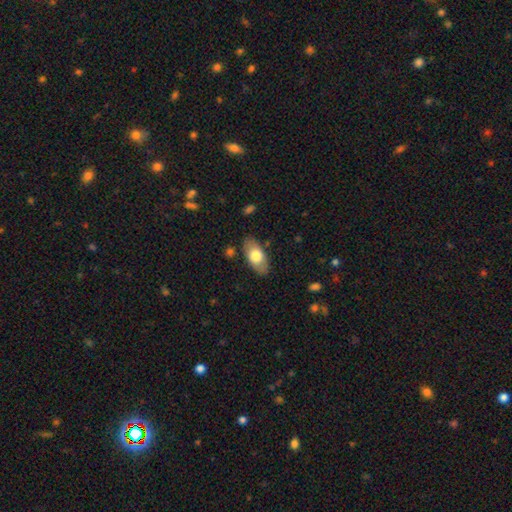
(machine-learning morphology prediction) A smooth galaxy with no disk features (70%) that is in between round and cigar-shaped (92%). Merging: none (83%).